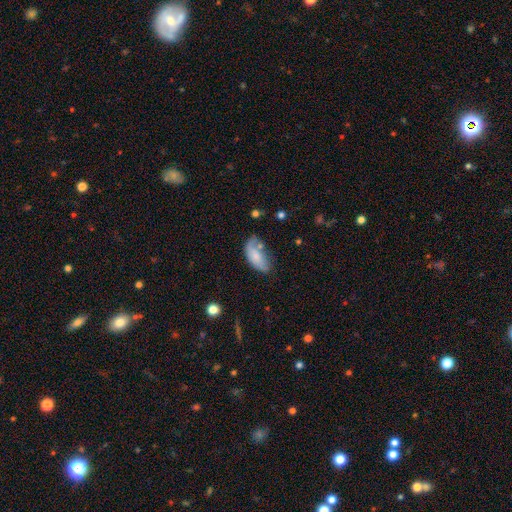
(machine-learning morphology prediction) Overall: smooth (72%). How rounded: in between (91%). Merging: none (38%; minor disturbance 31%).